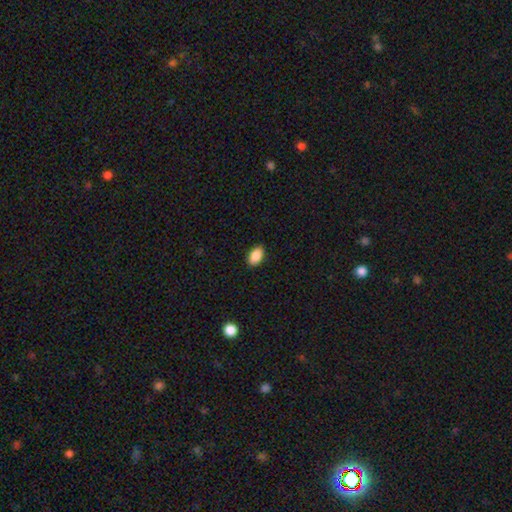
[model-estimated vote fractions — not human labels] smooth 88%, star or artifact 8%, featured or disk 4%. Down the decision tree: how rounded — in between (91%); merging — none (89%).